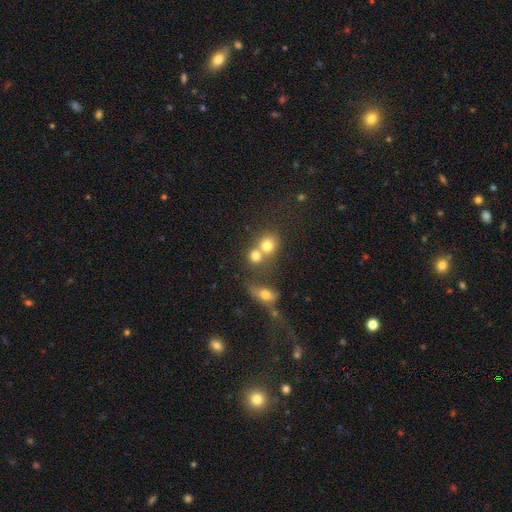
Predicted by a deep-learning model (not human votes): Smooth or featured? Predicted: smooth (p=0.74). How rounded? Predicted: round (p=0.77). Merging? Predicted: merger (p=0.51).